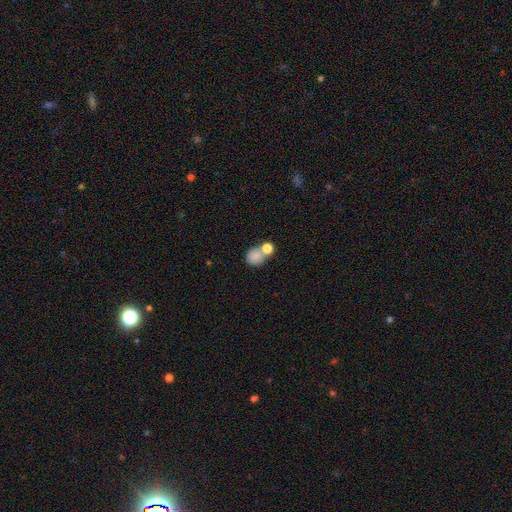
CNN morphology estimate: This appears to be a smooth galaxy with no disk features (79%) that is round (69%). Merging: merger (45%).